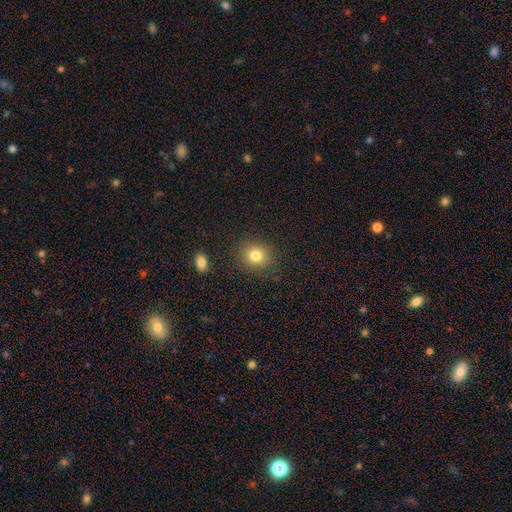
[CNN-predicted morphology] Smooth or featured? smooth (80%)
How rounded? round (80%)
Merging? none (87%)